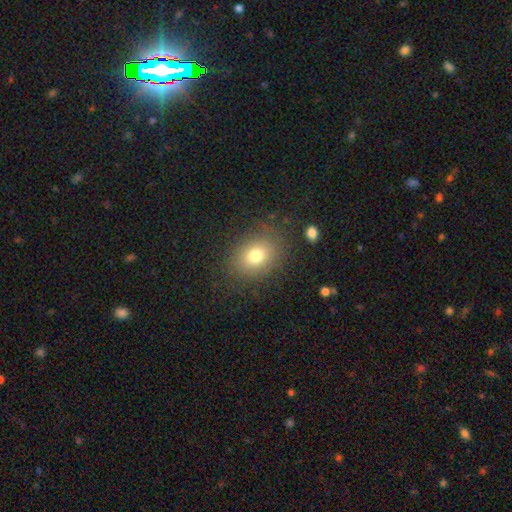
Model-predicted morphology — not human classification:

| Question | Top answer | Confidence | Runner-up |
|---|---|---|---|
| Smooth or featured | smooth | 74% | featured or disk (13%) |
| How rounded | in between | 58% | round (41%) |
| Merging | none | 80% | minor disturbance (13%) |